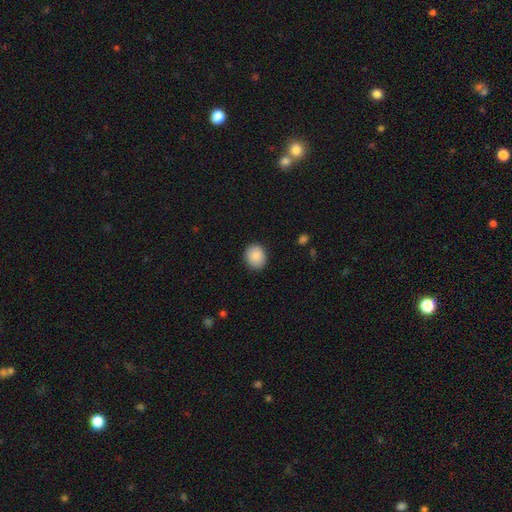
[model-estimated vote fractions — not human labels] Smooth or featured? Predicted: smooth (p=0.86). How rounded? Predicted: round (p=0.62). Merging? Predicted: none (p=0.88).